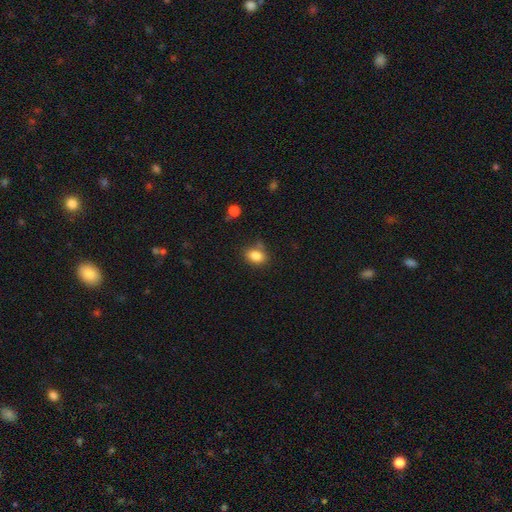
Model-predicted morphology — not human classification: Q: Smooth or featured?
A: smooth (84%); runner-up: star or artifact (10%)
Q: How rounded?
A: in between (65%); runner-up: round (33%)
Q: Merging?
A: none (73%); runner-up: minor disturbance (17%)